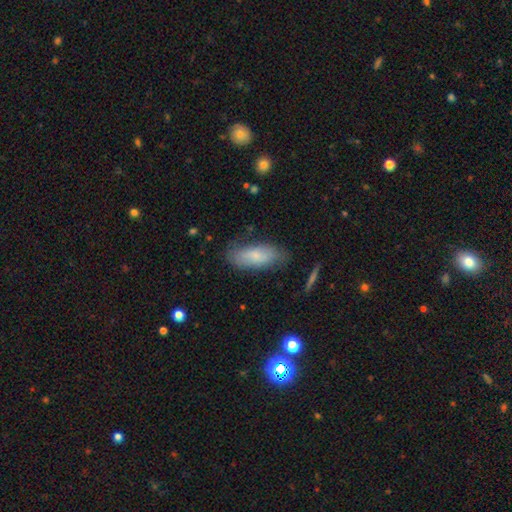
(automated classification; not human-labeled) smooth 72%, featured or disk 21%, star or artifact 7%. Down the decision tree: how rounded — in between (77%); merging — none (72%).